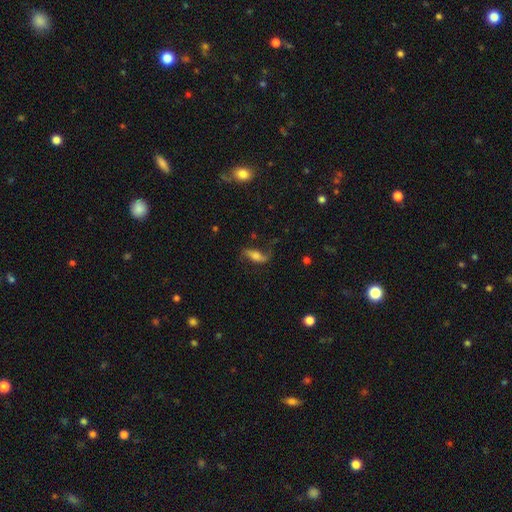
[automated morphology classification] This is possibly a featured or disk galaxy (53%). It is likely not viewed edge-on (75%). Merging: likely none (66%).